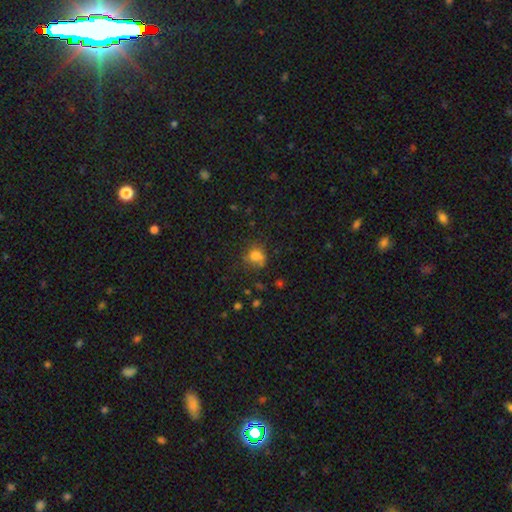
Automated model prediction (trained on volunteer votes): This appears to be a smooth galaxy with no disk features (75%) that is round (58%). Merging: none (53%).